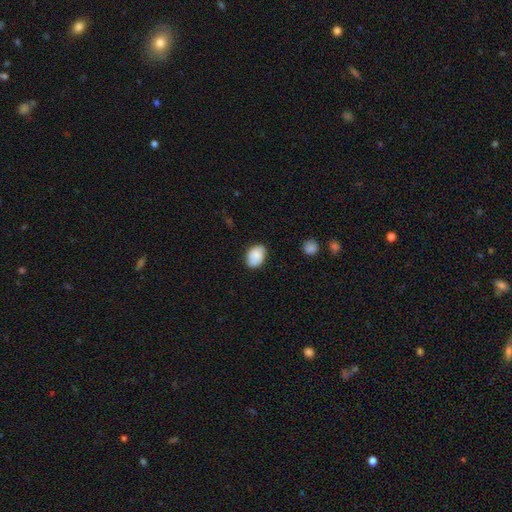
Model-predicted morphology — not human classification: Smooth or featured? smooth (84%)
How rounded? in between (79%)
Merging? none (80%)